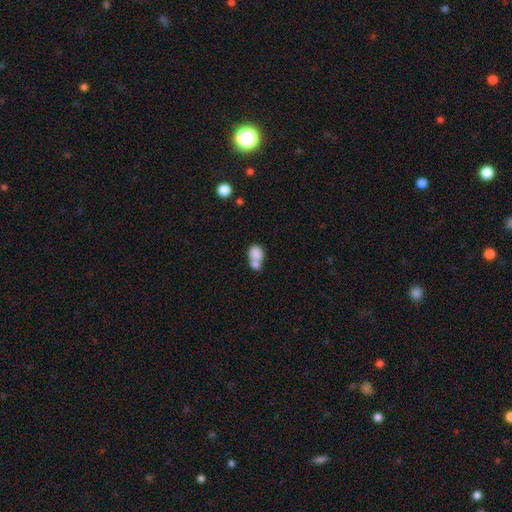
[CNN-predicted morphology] Smooth or featured? smooth (79%)
How rounded? in between (59%)
Merging? merger (67%)